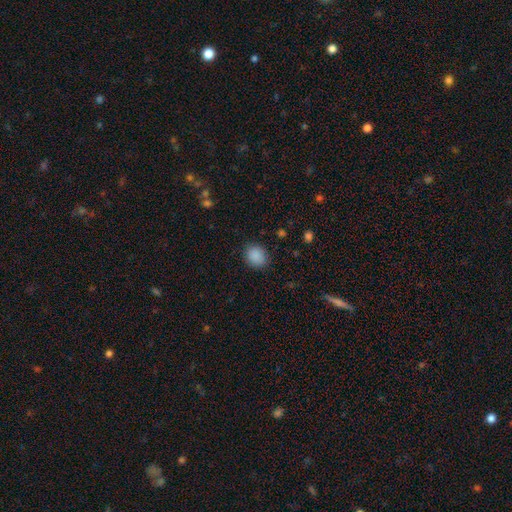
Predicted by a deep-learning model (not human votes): This appears to be a smooth galaxy with no disk features (88%) that is round (70%). Merging: none (86%).